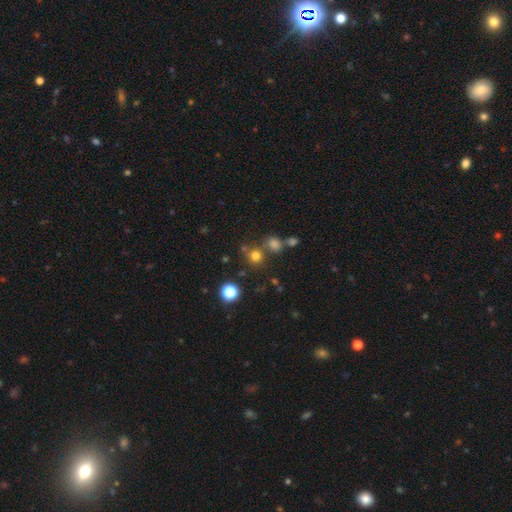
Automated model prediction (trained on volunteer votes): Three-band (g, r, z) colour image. It shows a smooth galaxy with no disk features (72%) that is round (89%). Merging: none (71%).